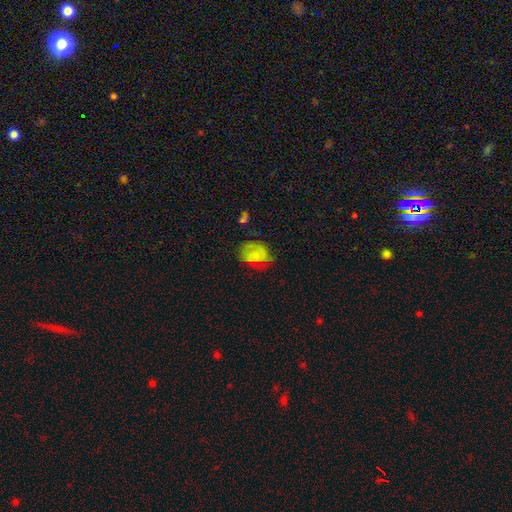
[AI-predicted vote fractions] A smooth galaxy with no disk features (43%).

Vote fractions:
- Smooth or featured? smooth: 43% / featured or disk: 37% / star or artifact: 20%
- Merging? none: 63% / minor disturbance: 22% / major disturbance: 12% / merger: 3%